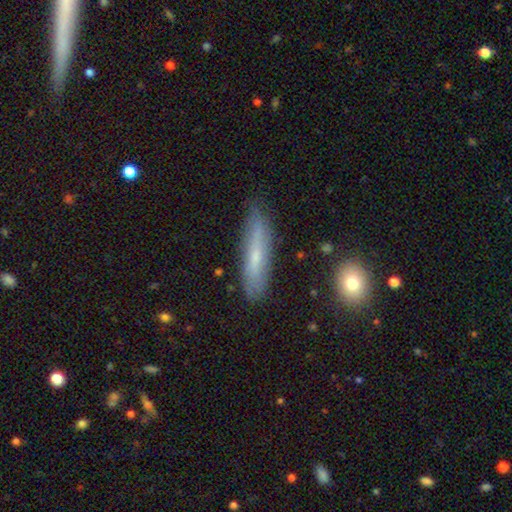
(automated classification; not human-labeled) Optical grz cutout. It shows a smooth galaxy with no disk features (55%) that is cigar-shaped (80%). Merging: none (81%).